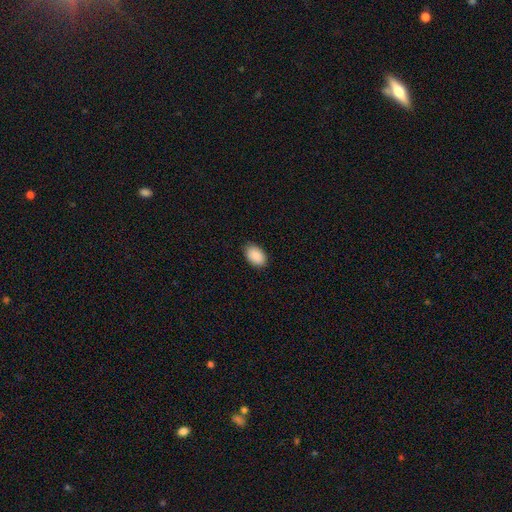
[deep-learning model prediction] A smooth galaxy with no disk features (90%) that is in between round and cigar-shaped (92%). Merging: none (87%).